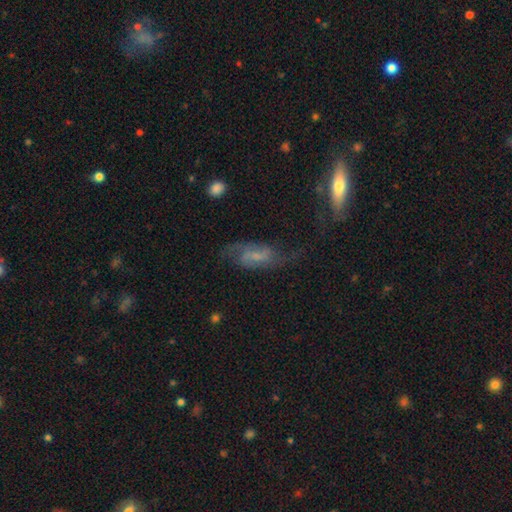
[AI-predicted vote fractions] Smooth or featured? Predicted: featured or disk (p=0.69). Edge-on disk? Predicted: no (p=0.91). Bar? Predicted: weak (p=0.50). Spiral arms? Predicted: yes (p=0.90). Spiral winding? Predicted: loose (p=0.44). Spiral arm count? Predicted: 2 (p=0.83). Bulge size? Predicted: small (p=0.51). Merging? Predicted: none (p=0.57).